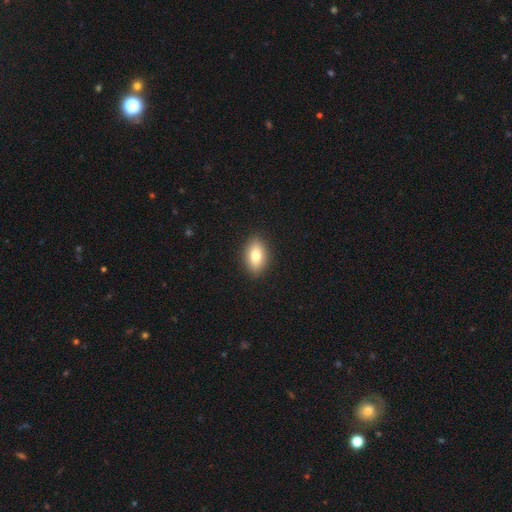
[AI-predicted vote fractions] This is likely a smooth galaxy (78%). How rounded: clearly in between (87%). Merging: clearly none (90%).